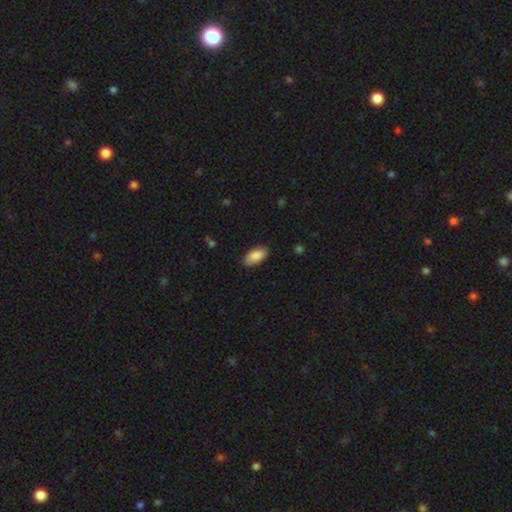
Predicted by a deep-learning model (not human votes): Morphology: type=smooth (89%); roundness=in between (93%); merging=none (85%).